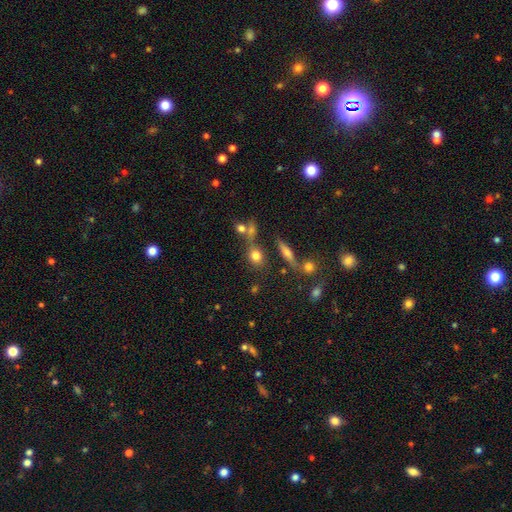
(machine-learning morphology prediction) This is likely a smooth galaxy (74%). How rounded: likely round (61%). Merging: likely none (60%).